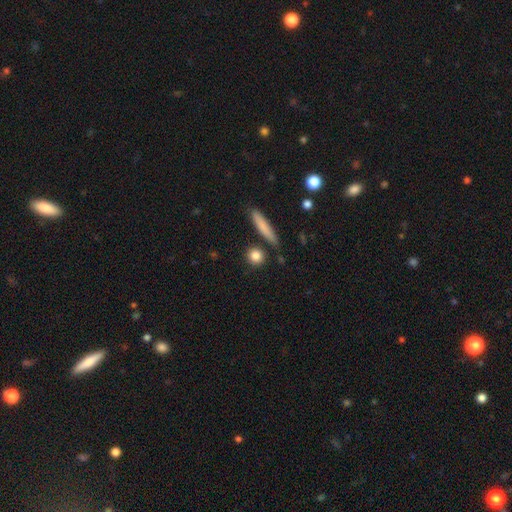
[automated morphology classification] Smooth or featured?
  - smooth: 84% *
  - featured or disk: 8%
  - star or artifact: 8%
How rounded?
  - round: 76% *
  - in between: 13%
  - cigar-shaped: 11%
Merging?
  - none: 82% *
  - minor disturbance: 9%
  - merger: 6%
  - major disturbance: 3%